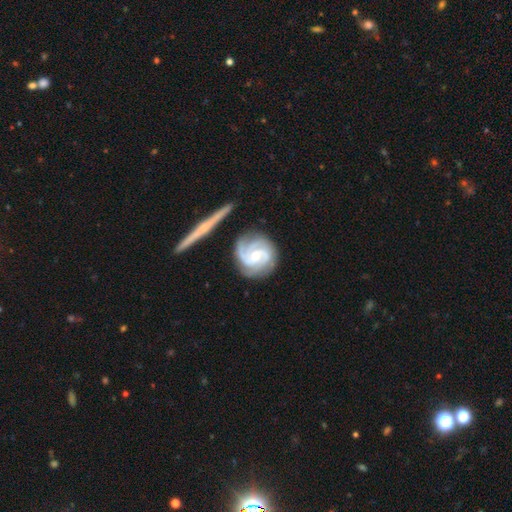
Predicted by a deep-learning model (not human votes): smooth-or-featured: featured or disk: 89% | smooth: 7% | star or artifact: 4%
  disk-edge-on: no: 97% | yes: 3%
    bar: no: 63% | weak: 29% | strong: 8%
    has-spiral-arms: yes: 98% | no: 2%
      spiral-winding: tight: 54% | medium: 39% | loose: 7%
      spiral-arm-count: 3: 61% | 4: 16% | 2: 10% | can't tell: 7% | more than 4: 3% | 1: 3%
    bulge-size: small: 50% | moderate: 47% | large: 2% | none: 1% | dominant: 1%
  merging: none: 76% | minor disturbance: 15% | major disturbance: 5% | merger: 3%